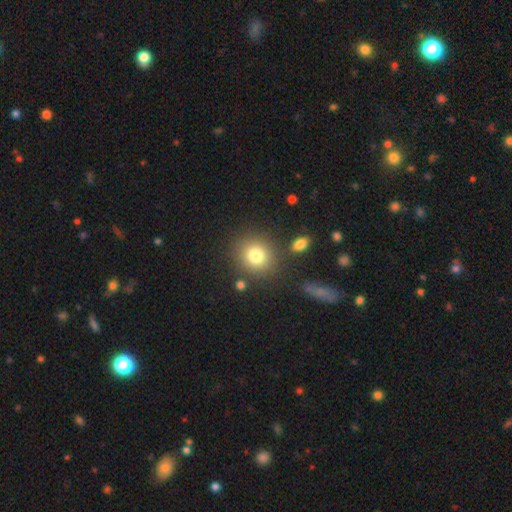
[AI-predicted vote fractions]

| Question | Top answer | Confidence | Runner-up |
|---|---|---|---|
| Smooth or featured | smooth | 79% | star or artifact (12%) |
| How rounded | round | 80% | in between (19%) |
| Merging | none | 82% | minor disturbance (9%) |